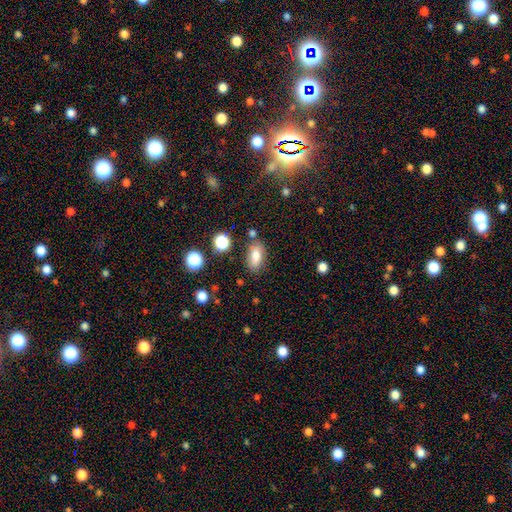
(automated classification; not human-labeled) Smooth or featured? smooth (79%)
How rounded? in between (86%)
Merging? none (76%)